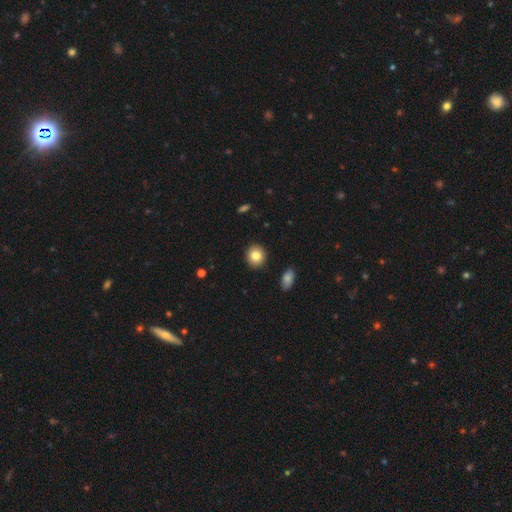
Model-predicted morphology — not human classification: smooth-or-featured: smooth: 83% | star or artifact: 9% | featured or disk: 9%
  how-rounded: round: 82% | in between: 17% | cigar-shaped: 1%
  merging: none: 91% | minor disturbance: 6% | major disturbance: 2% | merger: 2%